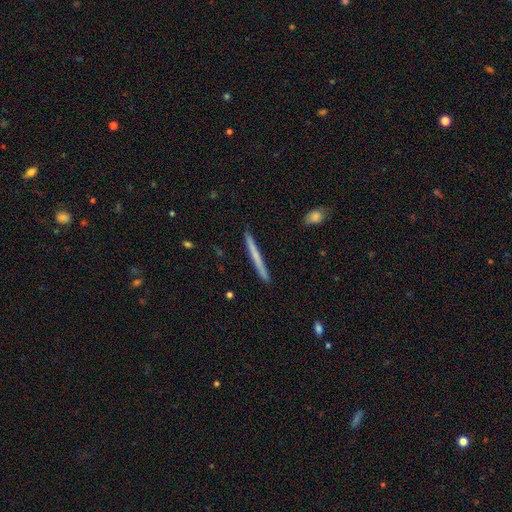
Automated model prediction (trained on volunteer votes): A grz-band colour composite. It shows a smooth galaxy with no disk features (56%) that is cigar-shaped (97%). Merging: none (91%).